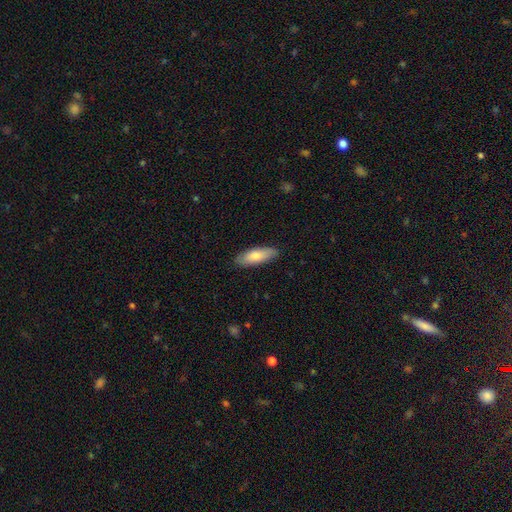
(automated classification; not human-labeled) Smooth or featured? Predicted: smooth (p=0.72). How rounded? Predicted: in between (p=0.53). Merging? Predicted: none (p=0.87).